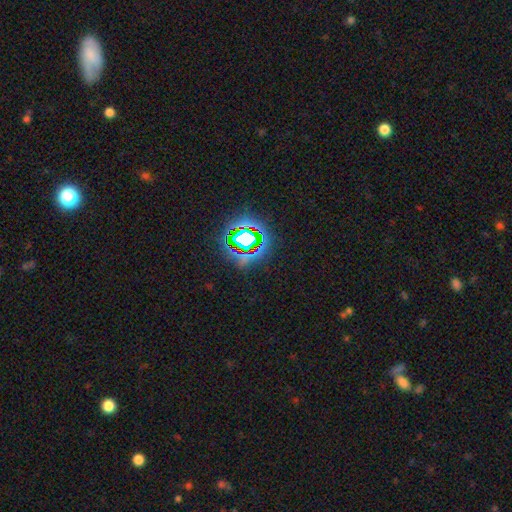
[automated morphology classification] A star or artifact, not a galaxy (81%).

Vote fractions:
- Smooth or featured? star or artifact: 81% / smooth: 12% / featured or disk: 7%